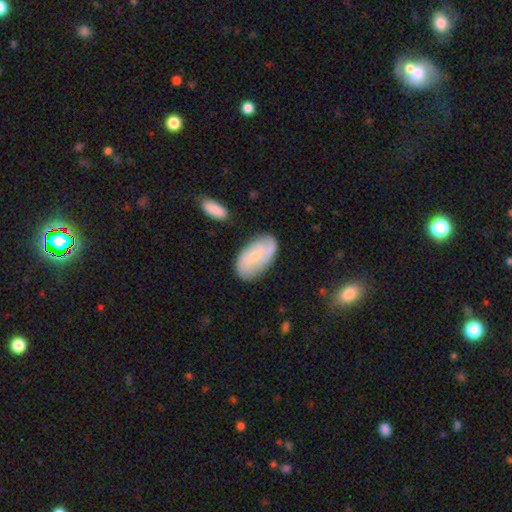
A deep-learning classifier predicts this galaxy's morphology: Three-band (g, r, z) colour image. It shows a smooth galaxy with no disk features (50%). Merging: none (72%).